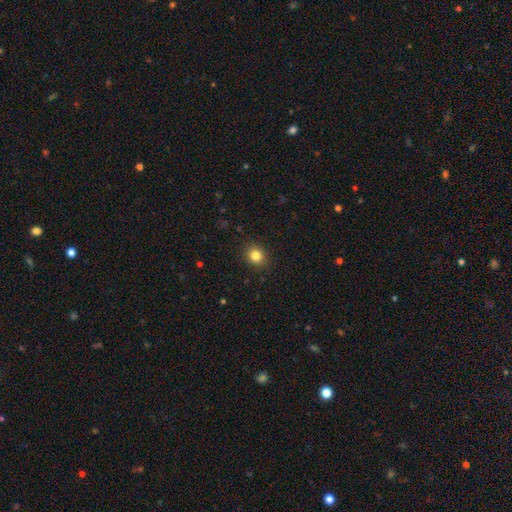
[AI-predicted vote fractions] Overall: smooth (83%). How rounded: round (75%). Merging: none (90%).